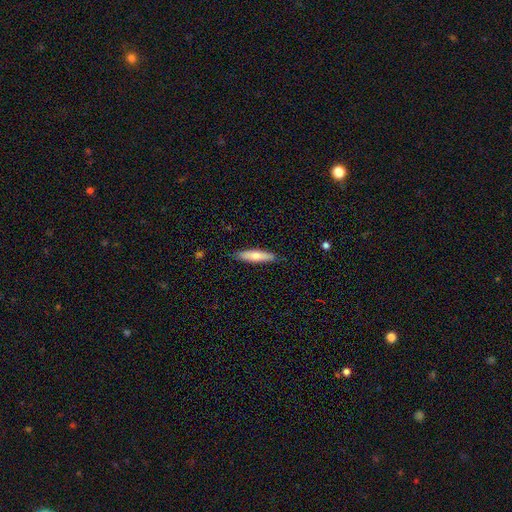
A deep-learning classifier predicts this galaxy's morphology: type=smooth (66%); roundness=cigar-shaped (79%); merging=none (86%).